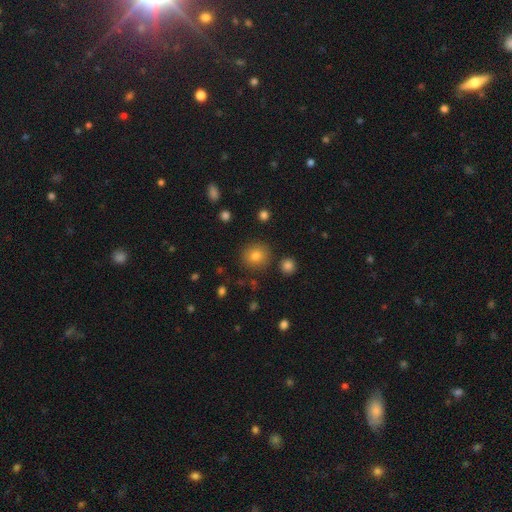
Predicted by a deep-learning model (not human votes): Morphology: type=smooth (80%); roundness=round (88%); merging=none (87%).